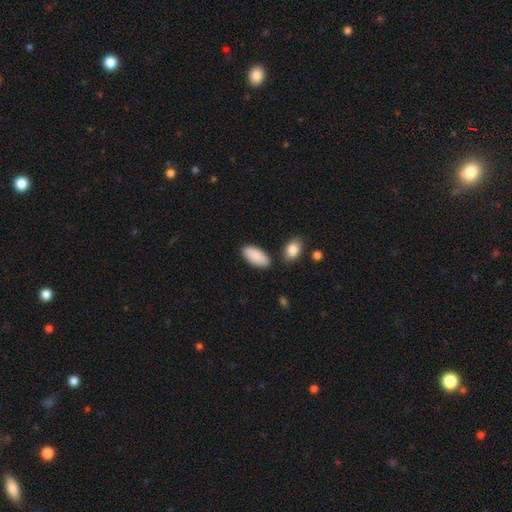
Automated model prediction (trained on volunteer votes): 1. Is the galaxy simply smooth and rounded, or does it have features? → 90% smooth, 5% star or artifact, 5% featured or disk.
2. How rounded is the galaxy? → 93% in between, 5% cigar-shaped, 2% round.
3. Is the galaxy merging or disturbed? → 80% none, 12% minor disturbance, 6% merger, 3% major disturbance.